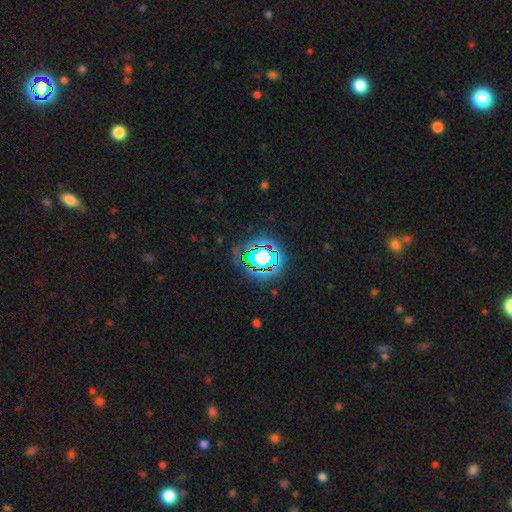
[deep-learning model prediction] A star or artifact, not a galaxy (77%).